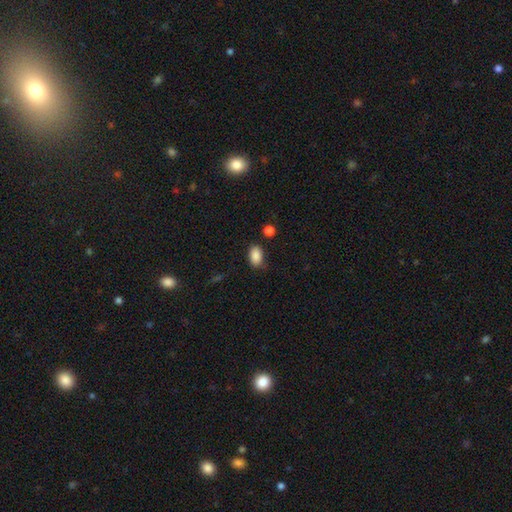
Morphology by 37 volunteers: A smooth galaxy with no disk features (92%) that is in between round and cigar-shaped (79%).

Vote fractions:
- Smooth or featured? smooth: 92% / star or artifact: 5% / featured or disk: 3%
- How rounded? in between: 79% / round: 15% / cigar-shaped: 6%
- Merging? none: 74% / minor disturbance: 20% / major disturbance: 3% / merger: 3%